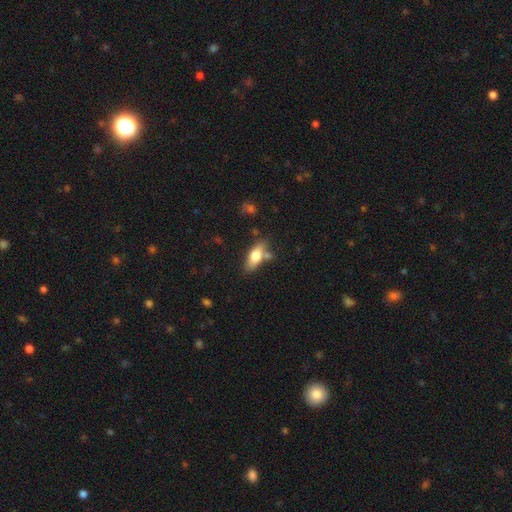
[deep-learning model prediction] A smooth galaxy with no disk features (68%) that is in between round and cigar-shaped (72%).

Vote fractions:
- Smooth or featured? smooth: 68% / featured or disk: 25% / star or artifact: 7%
- How rounded? in between: 72% / cigar-shaped: 24% / round: 4%
- Merging? none: 66% / minor disturbance: 16% / merger: 13% / major disturbance: 4%